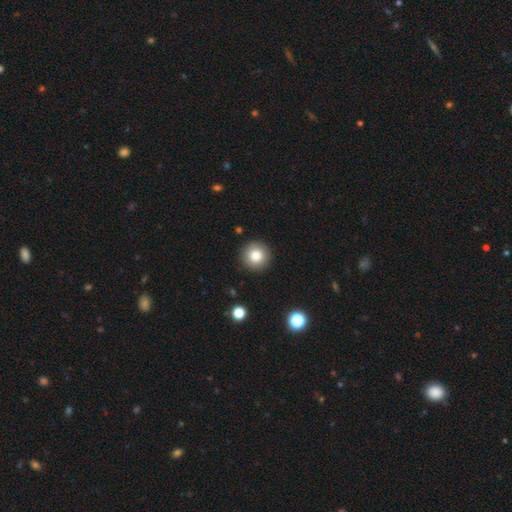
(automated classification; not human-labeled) This appears to be a smooth galaxy with no disk features (81%) that is round (96%). Merging: none (92%).